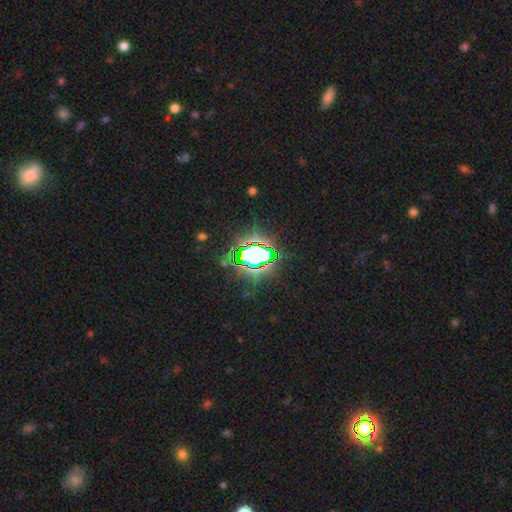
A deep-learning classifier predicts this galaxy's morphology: A star or artifact, not a galaxy (75%).

Vote fractions:
- Smooth or featured? star or artifact: 75% / smooth: 15% / featured or disk: 11%